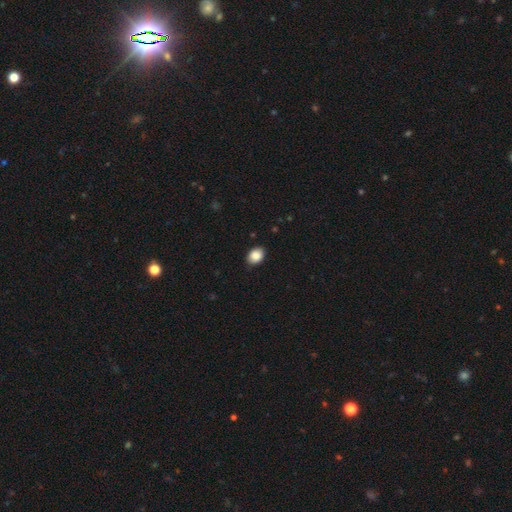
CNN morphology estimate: Smooth or featured? smooth (88%)
How rounded? in between (70%)
Merging? none (85%)